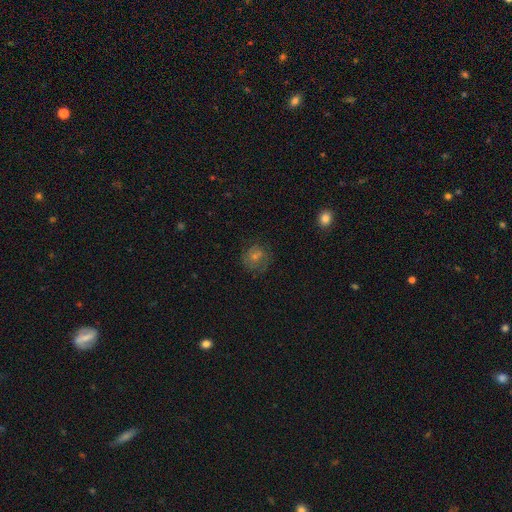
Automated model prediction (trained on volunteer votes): smooth_or_featured: smooth (p=0.48) [alt: featured or disk p=0.30]
merging: none (p=0.75) [alt: minor disturbance p=0.15]